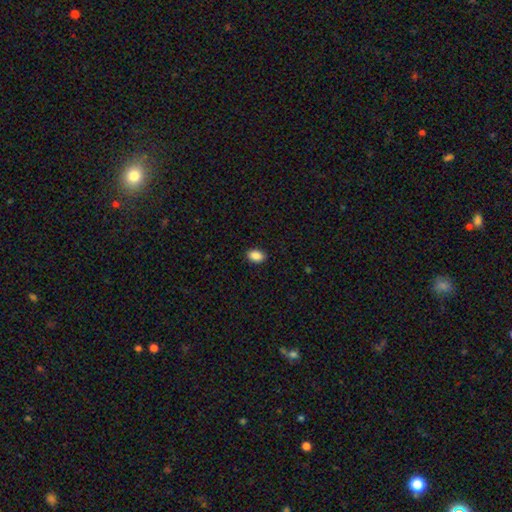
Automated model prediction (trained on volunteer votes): smooth 89%, star or artifact 8%, featured or disk 3%. Down the decision tree: how rounded — in between (82%); merging — none (90%).